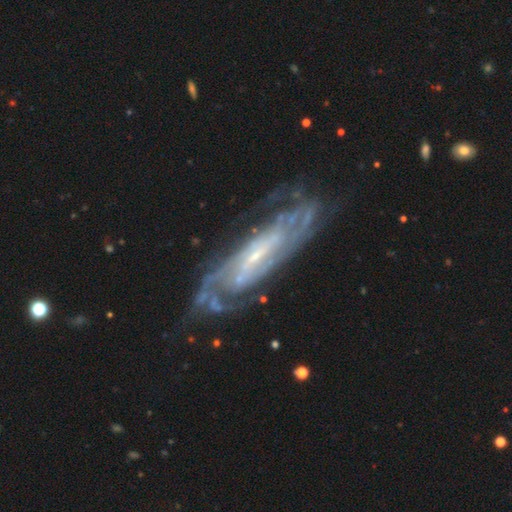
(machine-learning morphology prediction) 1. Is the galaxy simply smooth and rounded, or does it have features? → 88% featured or disk, 6% smooth, 6% star or artifact.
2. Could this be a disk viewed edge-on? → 85% no, 15% yes.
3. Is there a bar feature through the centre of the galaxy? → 41% weak, 33% no, 26% strong.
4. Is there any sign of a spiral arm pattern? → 96% yes, 4% no.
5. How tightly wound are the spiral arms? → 62% tight, 31% medium, 7% loose.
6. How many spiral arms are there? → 37% can't tell, 23% 2, 13% 3, 13% 4, 8% more than 4, 6% 1.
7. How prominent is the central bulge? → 74% small, 16% moderate, 7% none, 2% large, 1% dominant.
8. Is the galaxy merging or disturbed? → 74% none, 17% minor disturbance, 7% major disturbance, 2% merger.